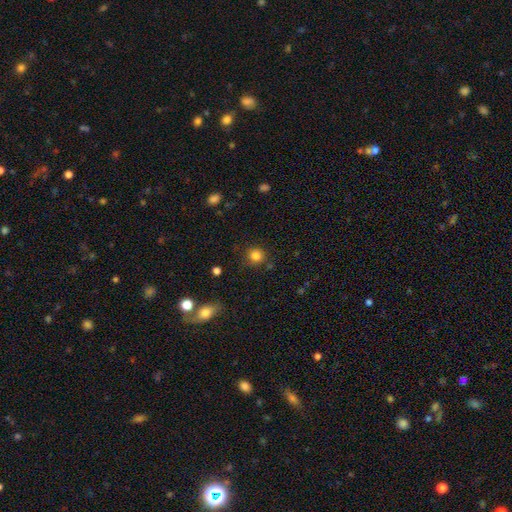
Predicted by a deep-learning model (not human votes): Morphology: type=smooth (83%); roundness=round (90%); merging=none (84%).